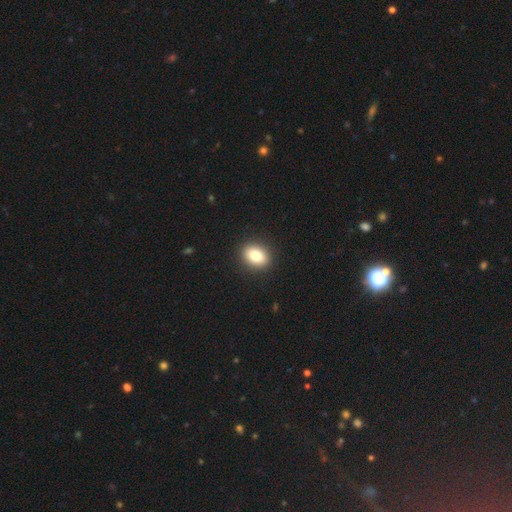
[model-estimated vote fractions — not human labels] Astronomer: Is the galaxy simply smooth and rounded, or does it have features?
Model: smooth — 83%.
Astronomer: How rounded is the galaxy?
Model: in between — 63%.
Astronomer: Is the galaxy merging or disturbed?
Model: none — 91%.